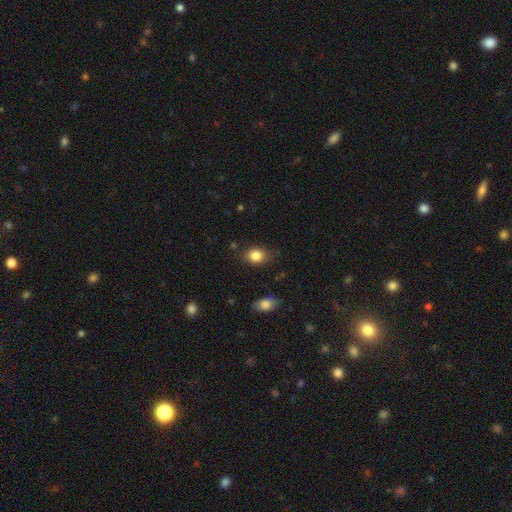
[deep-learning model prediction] smooth 85%, star or artifact 9%, featured or disk 6%. Down the decision tree: how rounded — in between (63%); merging — none (76%).